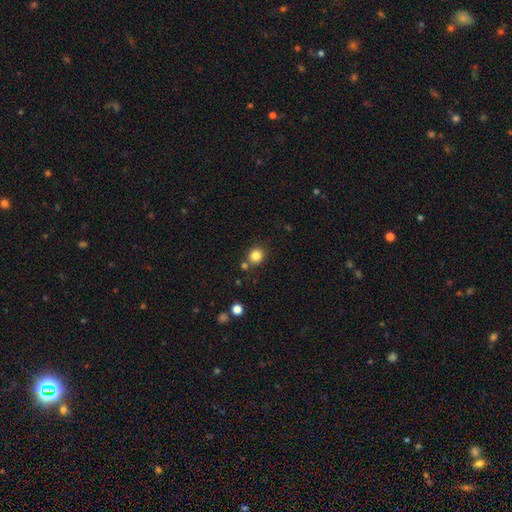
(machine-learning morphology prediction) smooth 83%, star or artifact 12%, featured or disk 5%. Down the decision tree: how rounded — round (88%); merging — none (78%).